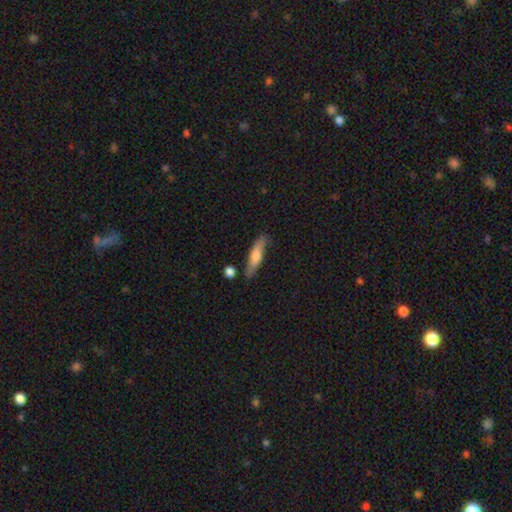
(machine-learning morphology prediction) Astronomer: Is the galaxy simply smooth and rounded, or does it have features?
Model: smooth — 59% (runner-up: featured or disk, 35%).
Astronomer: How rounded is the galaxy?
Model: cigar-shaped — 76%.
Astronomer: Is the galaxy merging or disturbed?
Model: none — 74%.